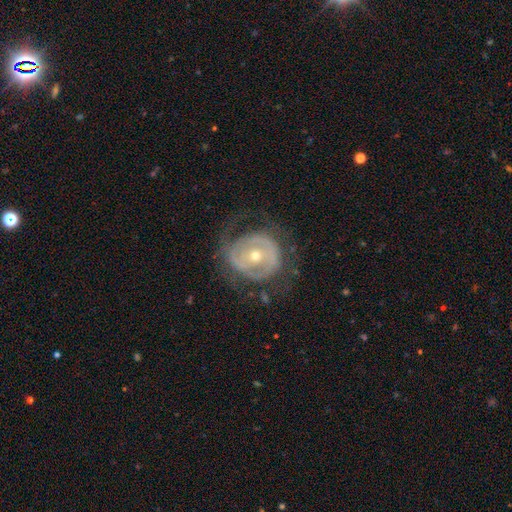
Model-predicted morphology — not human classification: Smooth or featured: featured or disk — 78% (smooth — 16%)
Edge-on disk: no — 96% (yes — 4%)
Bar: no — 55% (weak — 28%)
Spiral arms: yes — 67% (no — 33%)
Spiral winding: tight — 55% (medium — 31%)
Spiral arm count: 2 — 47% (can't tell — 32%)
Bulge size: small — 56% (moderate — 41%)
Merging: none — 57% (major disturbance — 22%)